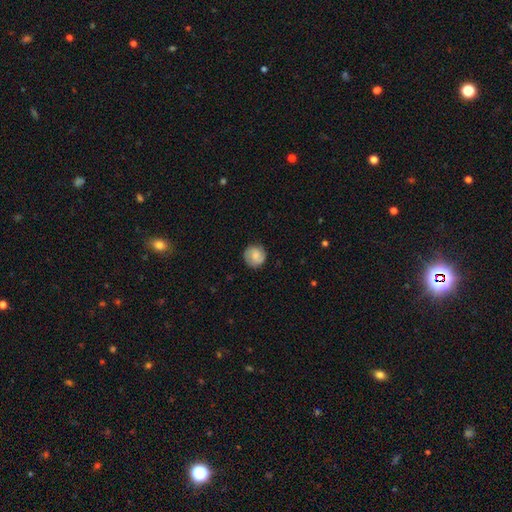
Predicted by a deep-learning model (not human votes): This appears to be a smooth galaxy with no disk features (69%) that is round (91%). Merging: none (83%).